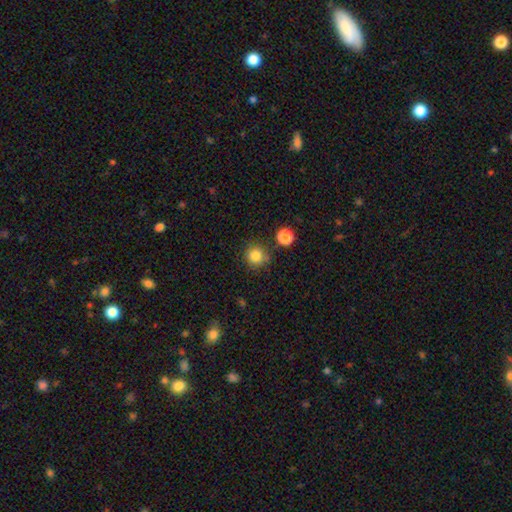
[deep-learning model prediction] smooth_or_featured: smooth (p=0.83) [alt: star or artifact p=0.12]
how_rounded: round (p=0.93) [alt: in between p=0.06]
merging: none (p=0.80) [alt: minor disturbance p=0.11]